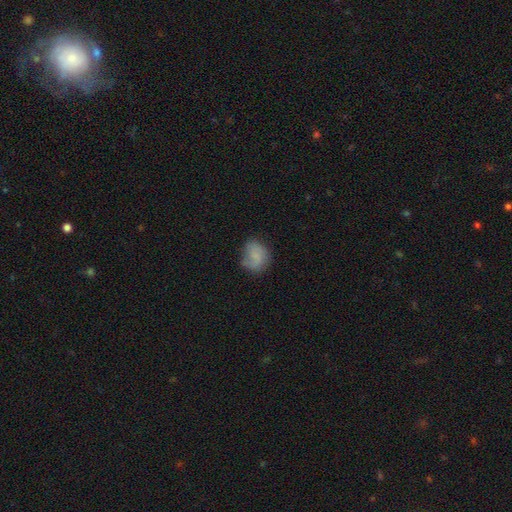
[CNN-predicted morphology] Smooth or featured? smooth (65%)
How rounded? round (64%)
Merging? none (55%)